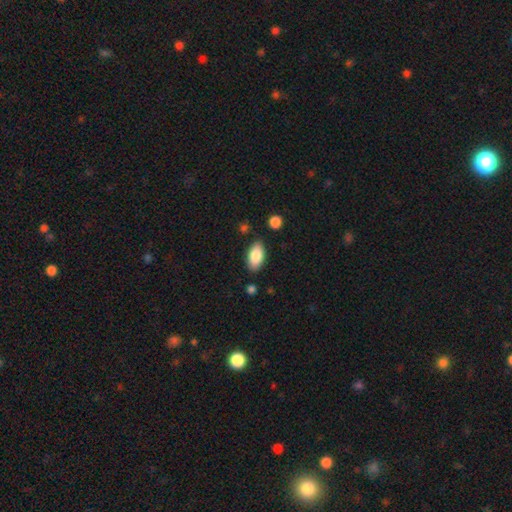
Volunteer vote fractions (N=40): smooth 88%, featured or disk 10%, star or artifact 2%. Down the decision tree: how rounded — in between (89%); merging — none (85%).